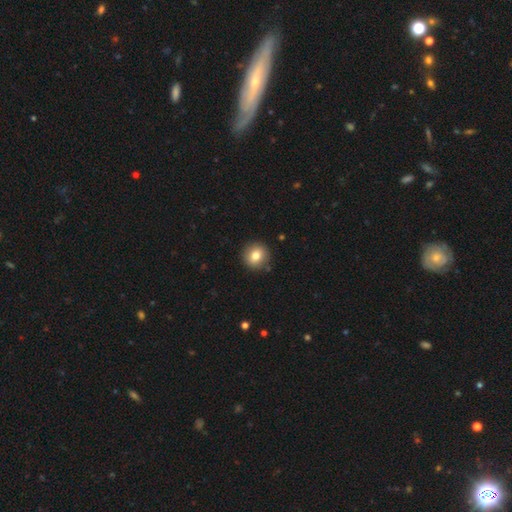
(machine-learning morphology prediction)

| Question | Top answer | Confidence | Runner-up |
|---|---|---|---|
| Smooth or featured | smooth | 80% | featured or disk (10%) |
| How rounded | round | 92% | in between (7%) |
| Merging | none | 90% | minor disturbance (7%) |